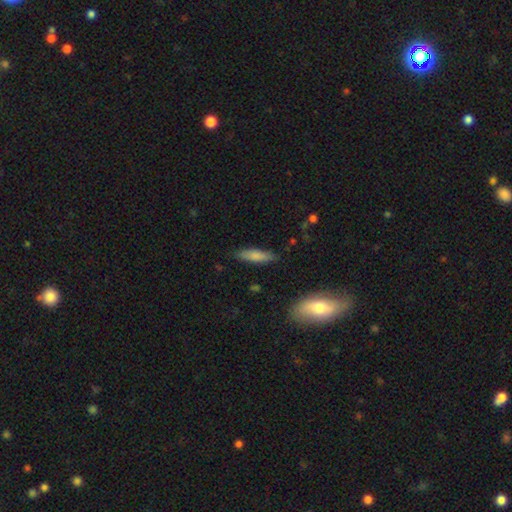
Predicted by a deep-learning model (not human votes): Overall: smooth (76%). How rounded: cigar-shaped (70%). Merging: none (84%).